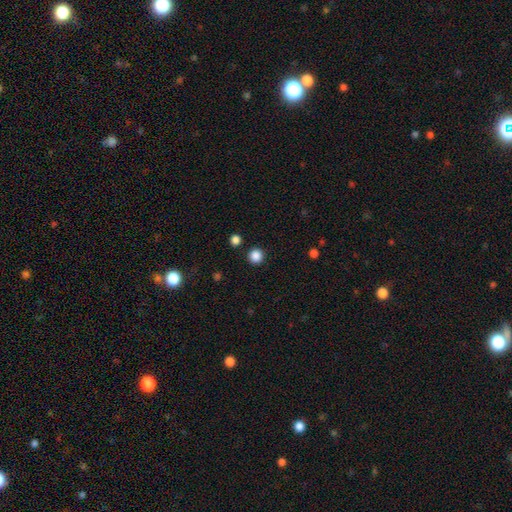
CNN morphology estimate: The model was most divided on "smooth or featured": smooth: 86%, star or artifact: 12%, featured or disk: 3%. More confident: how rounded — round (94%); merging — none (91%).